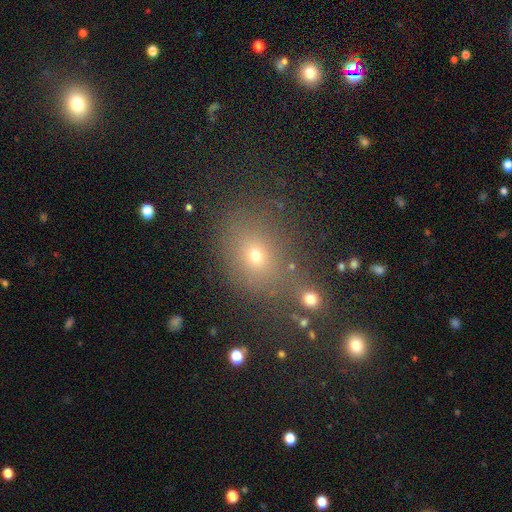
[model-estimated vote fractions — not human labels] Smooth or featured? Predicted: smooth (p=0.65). How rounded? Predicted: round (p=0.52). Merging? Predicted: none (p=0.66).